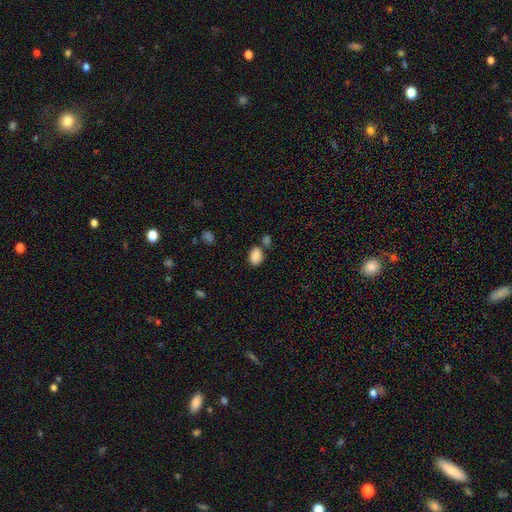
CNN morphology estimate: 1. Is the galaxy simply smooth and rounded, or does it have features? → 88% smooth, 8% star or artifact, 4% featured or disk.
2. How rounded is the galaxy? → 84% in between, 15% round, 1% cigar-shaped.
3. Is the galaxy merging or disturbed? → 61% none, 20% merger, 14% minor disturbance, 5% major disturbance.